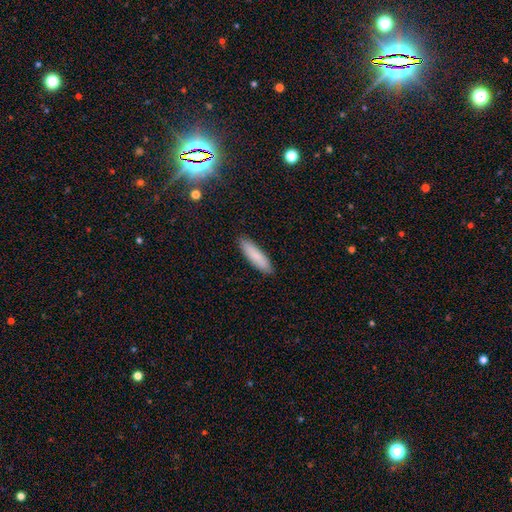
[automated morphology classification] type=smooth (85%); roundness=cigar-shaped (68%); merging=none (89%).